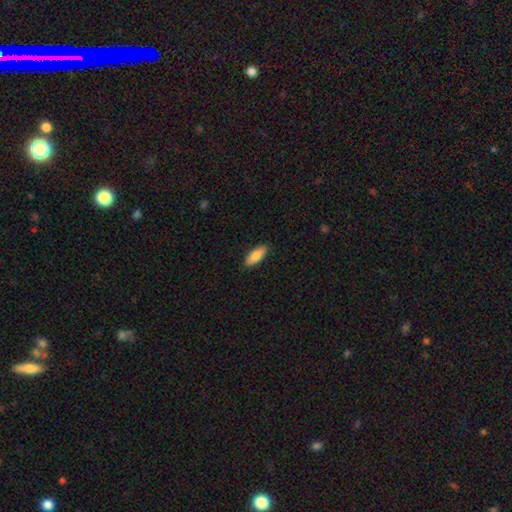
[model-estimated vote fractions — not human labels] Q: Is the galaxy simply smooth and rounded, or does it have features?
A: smooth — 82%.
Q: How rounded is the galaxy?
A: in between — 71%.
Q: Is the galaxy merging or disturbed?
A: none — 89%.